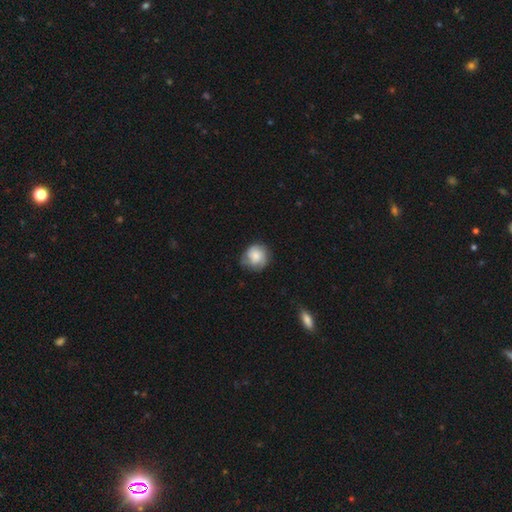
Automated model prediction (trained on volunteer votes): Smooth or featured?
  - smooth: 66% *
  - featured or disk: 26%
  - star or artifact: 8%
How rounded?
  - round: 86% *
  - in between: 13%
  - cigar-shaped: 1%
Merging?
  - none: 65% *
  - minor disturbance: 26%
  - major disturbance: 7%
  - merger: 1%